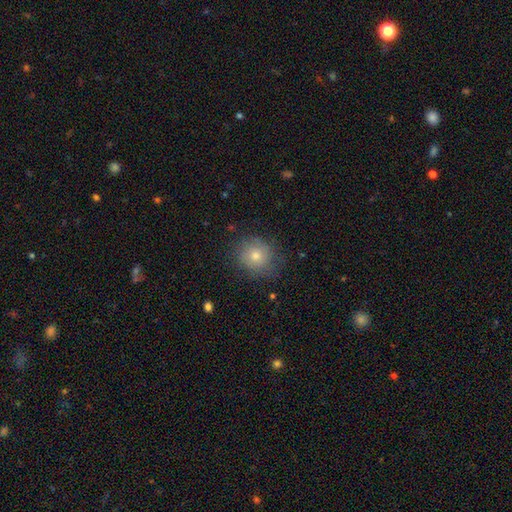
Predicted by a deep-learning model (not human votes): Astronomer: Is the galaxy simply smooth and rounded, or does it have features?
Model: smooth — 72%.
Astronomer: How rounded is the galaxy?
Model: round — 85%.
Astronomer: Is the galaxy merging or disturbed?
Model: none — 79%.